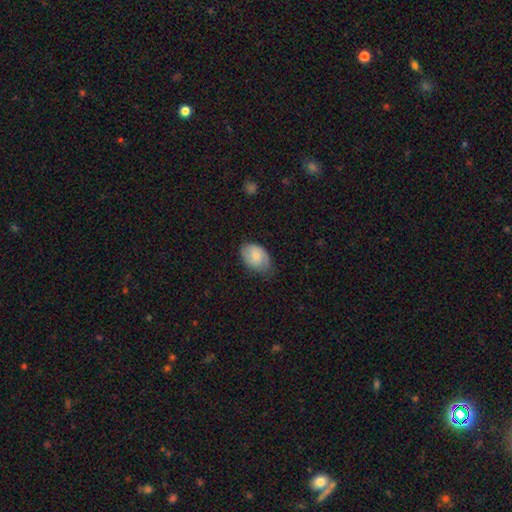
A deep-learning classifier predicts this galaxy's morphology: Q: Smooth or featured?
A: smooth (57%); runner-up: featured or disk (36%)
Q: How rounded?
A: in between (86%); runner-up: round (13%)
Q: Merging?
A: none (66%); runner-up: minor disturbance (26%)